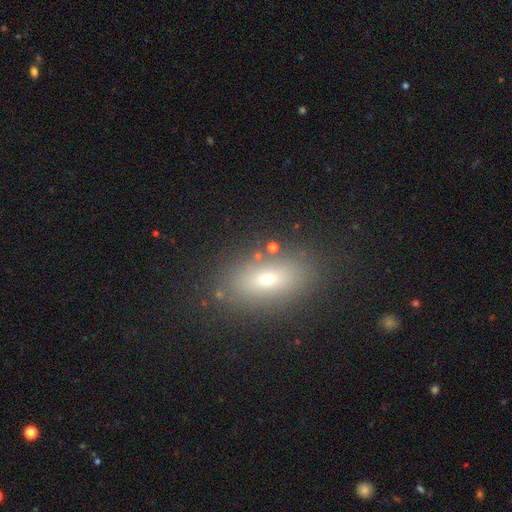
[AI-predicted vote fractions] Smooth or featured? smooth (61%)
How rounded? in between (81%)
Merging? none (83%)